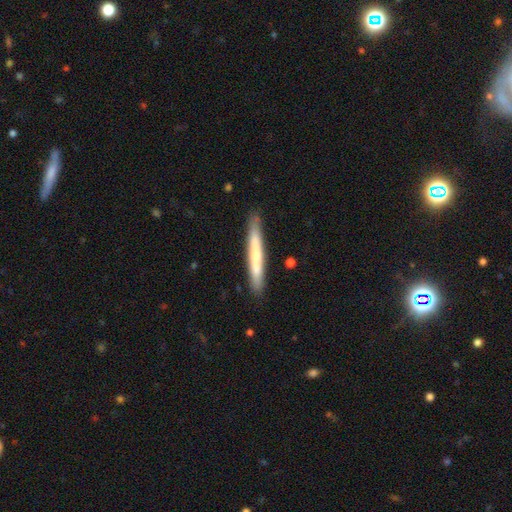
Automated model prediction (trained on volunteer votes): Q: Smooth or featured?
A: smooth (51%); runner-up: featured or disk (41%)
Q: How rounded?
A: cigar-shaped (96%); runner-up: in between (3%)
Q: Merging?
A: none (87%); runner-up: minor disturbance (10%)